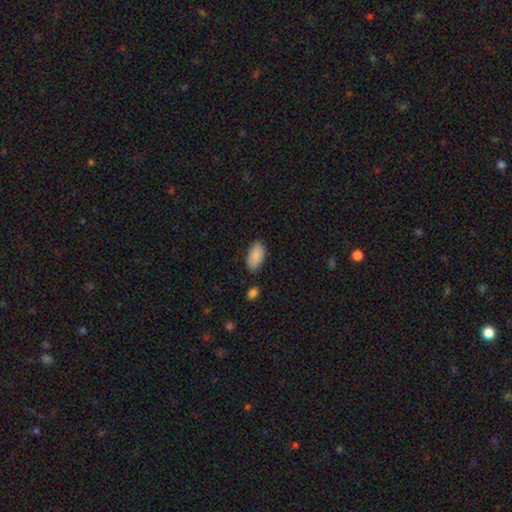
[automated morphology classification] A smooth galaxy with no disk features (87%) that is in between round and cigar-shaped (94%).

Vote fractions:
- Smooth or featured? smooth: 87% / featured or disk: 7% / star or artifact: 6%
- How rounded? in between: 94% / cigar-shaped: 3% / round: 2%
- Merging? none: 81% / minor disturbance: 13% / merger: 3% / major disturbance: 3%